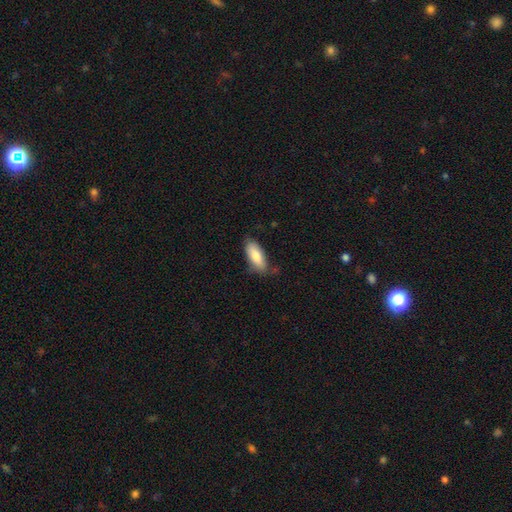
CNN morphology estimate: Smooth or featured: smooth — 81% (featured or disk — 13%)
How rounded: in between — 79% (cigar-shaped — 19%)
Merging: none — 68% (minor disturbance — 25%)